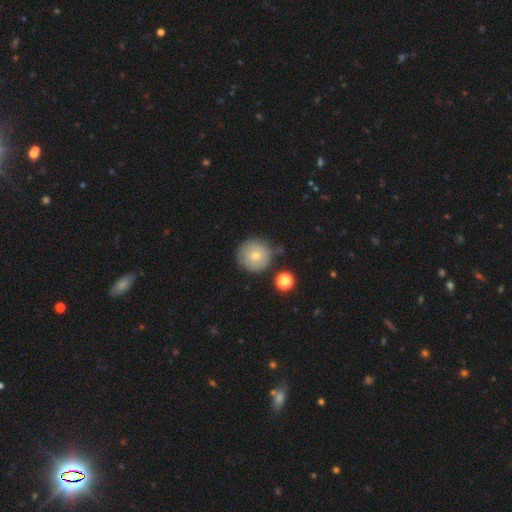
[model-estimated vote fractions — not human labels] The model was most divided on "smooth or featured": smooth: 70%, featured or disk: 21%, star or artifact: 9%. More confident: how rounded — round (95%); merging — none (75%).